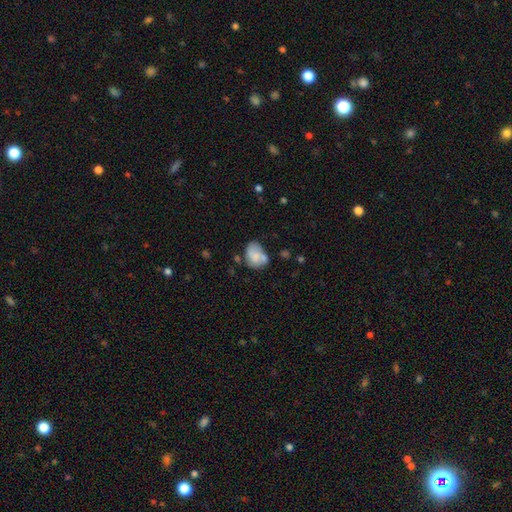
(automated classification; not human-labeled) smooth_or_featured: smooth (p=0.63) [alt: featured or disk p=0.29]
how_rounded: in between (p=0.61) [alt: round p=0.38]
merging: none (p=0.39) [alt: minor disturbance p=0.27]